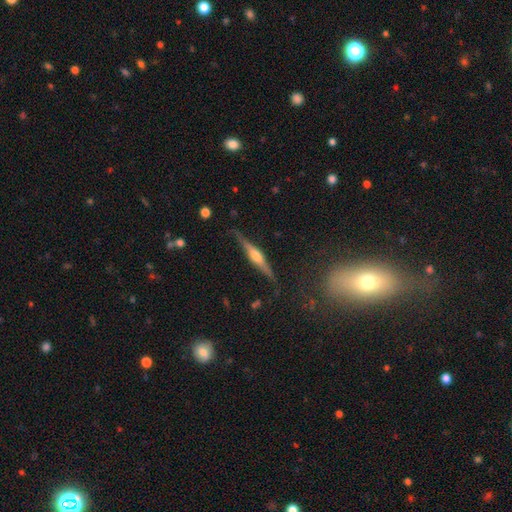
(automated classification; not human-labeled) featured or disk 74%, smooth 19%, star or artifact 7%. Down the decision tree: edge-on disk — yes (97%); edge-on bulge — rounded (77%); merging — none (82%).